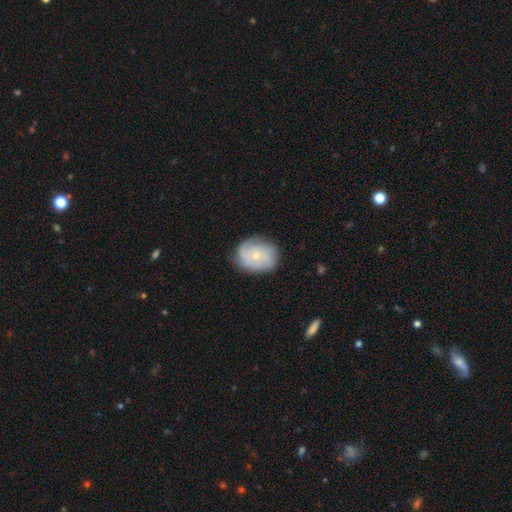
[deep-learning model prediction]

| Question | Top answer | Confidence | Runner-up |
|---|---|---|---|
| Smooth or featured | featured or disk | 64% | smooth (29%) |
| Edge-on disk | no | 97% | yes (3%) |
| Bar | no | 78% | weak (20%) |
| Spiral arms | yes | 88% | no (12%) |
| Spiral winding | tight | 57% | medium (32%) |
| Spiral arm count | can't tell | 34% | 2 (26%) |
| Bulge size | small | 68% | moderate (28%) |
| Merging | none | 72% | minor disturbance (20%) |